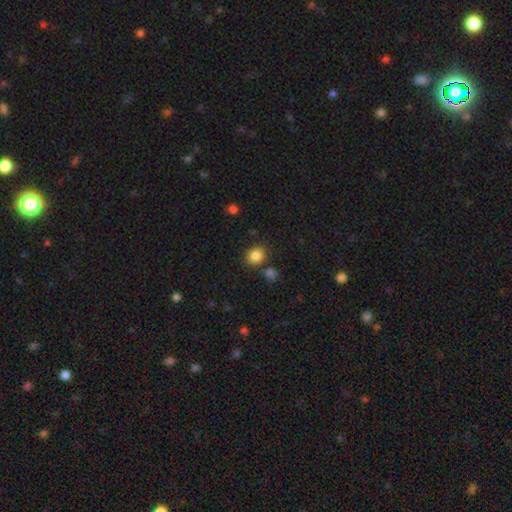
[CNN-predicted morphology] This appears to be a smooth galaxy with no disk features (85%) that is round (68%). Merging: none (77%).